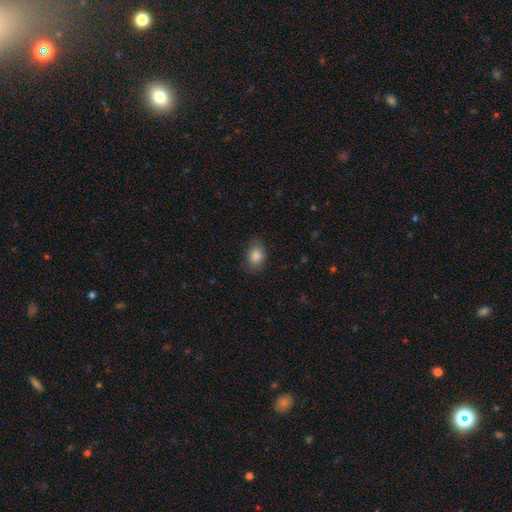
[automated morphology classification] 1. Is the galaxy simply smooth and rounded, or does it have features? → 86% smooth, 9% star or artifact, 5% featured or disk.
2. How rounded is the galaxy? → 66% in between, 33% round, 1% cigar-shaped.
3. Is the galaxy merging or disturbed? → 80% none, 15% minor disturbance, 4% major disturbance, 1% merger.